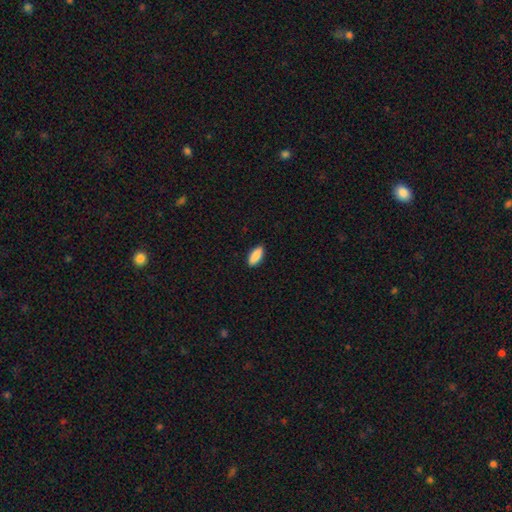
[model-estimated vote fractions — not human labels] The model was most divided on "how rounded": in between: 82%, cigar-shaped: 16%, round: 2%. More confident: merging — none (90%); smooth or featured — smooth (88%).